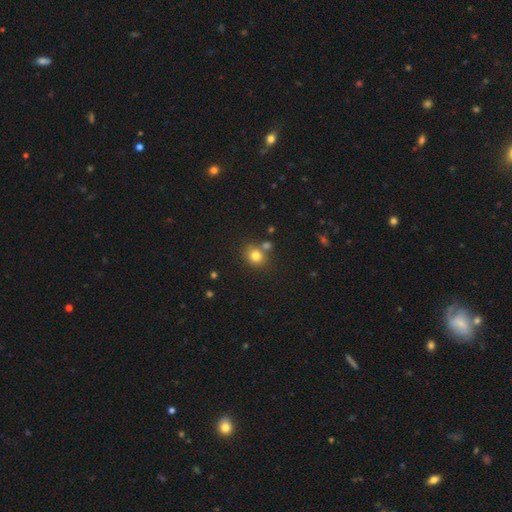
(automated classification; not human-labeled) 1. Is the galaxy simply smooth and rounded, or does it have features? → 79% smooth, 12% star or artifact, 8% featured or disk.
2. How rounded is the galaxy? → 71% round, 28% in between, 1% cigar-shaped.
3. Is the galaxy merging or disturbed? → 68% none, 17% merger, 11% minor disturbance, 3% major disturbance.